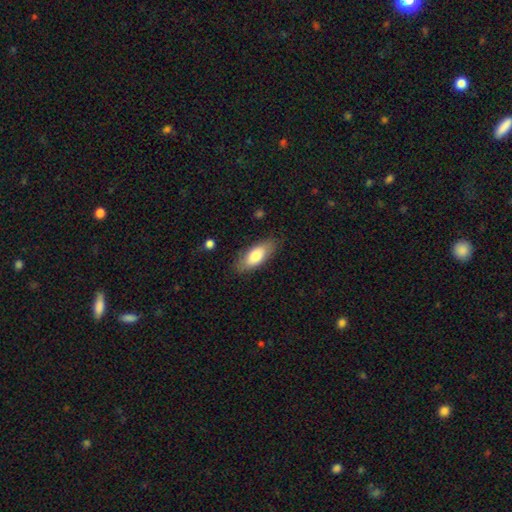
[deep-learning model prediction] Overall: smooth (77%). How rounded: in between (80%). Merging: none (82%).